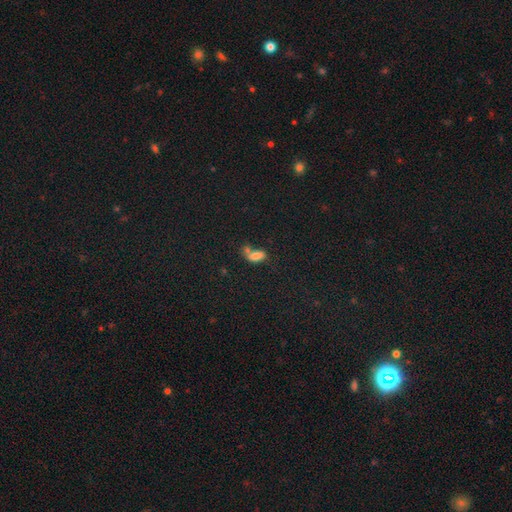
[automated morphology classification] A smooth galaxy with no disk features (75%) that is in between round and cigar-shaped (84%).

Vote fractions:
- Smooth or featured? smooth: 75% / star or artifact: 14% / featured or disk: 11%
- How rounded? in between: 84% / round: 9% / cigar-shaped: 8%
- Merging? merger: 50% / none: 28% / minor disturbance: 14% / major disturbance: 9%